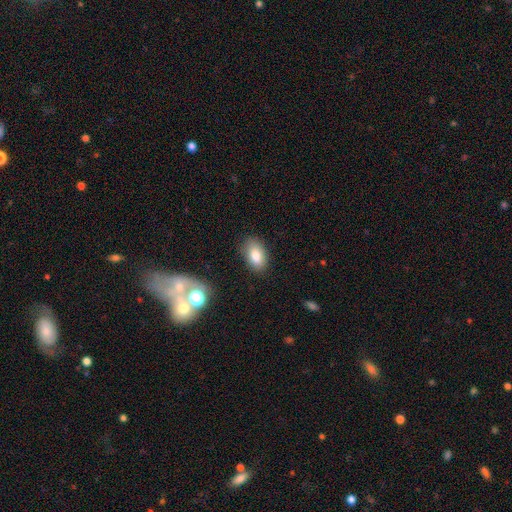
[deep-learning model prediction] A smooth galaxy with no disk features (82%) that is in between round and cigar-shaped (91%).

Vote fractions:
- Smooth or featured? smooth: 82% / featured or disk: 9% / star or artifact: 9%
- How rounded? in between: 91% / round: 7% / cigar-shaped: 2%
- Merging? none: 84% / minor disturbance: 12% / major disturbance: 3% / merger: 2%